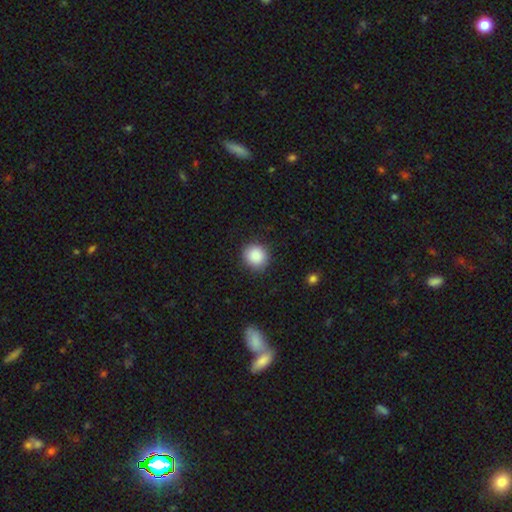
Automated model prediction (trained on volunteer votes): smooth_or_featured: smooth (p=0.88) [alt: star or artifact p=0.08]
how_rounded: round (p=0.89) [alt: in between p=0.10]
merging: none (p=0.89) [alt: minor disturbance p=0.07]